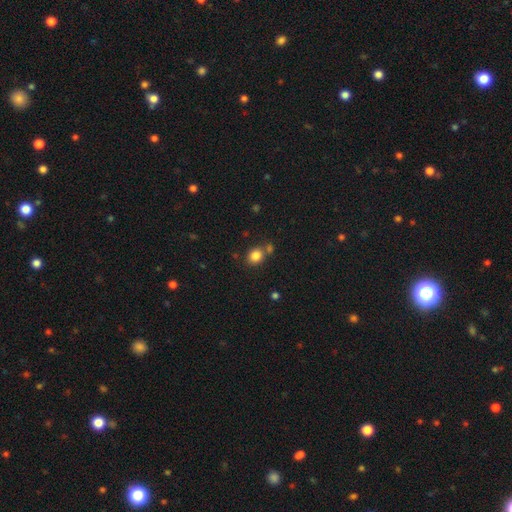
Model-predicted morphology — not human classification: Smooth or featured? smooth (84%)
How rounded? round (72%)
Merging? none (69%)